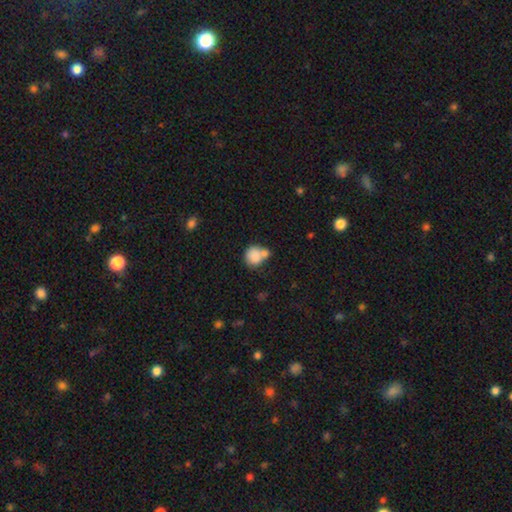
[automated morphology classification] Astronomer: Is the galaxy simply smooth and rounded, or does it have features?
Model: smooth — 82%.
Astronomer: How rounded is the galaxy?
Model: round — 76%.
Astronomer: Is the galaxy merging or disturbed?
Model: merger — 45% (runner-up: none, 35%).